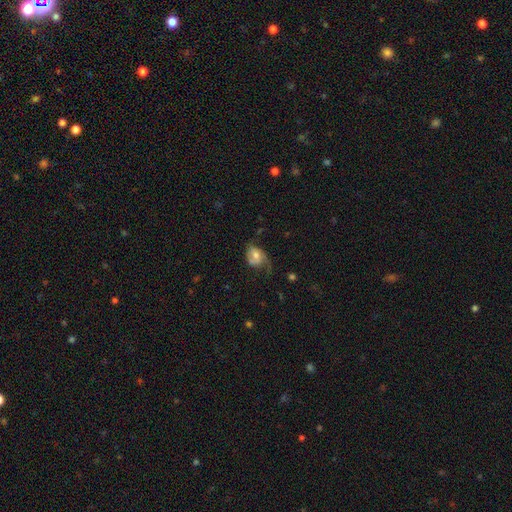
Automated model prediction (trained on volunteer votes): Smooth or featured?
  - featured or disk: 48% *
  - smooth: 43%
  - star or artifact: 8%
Merging?
  - none: 34% * (tied)
  - major disturbance: 34% * (tied)
  - minor disturbance: 29%
  - merger: 4%